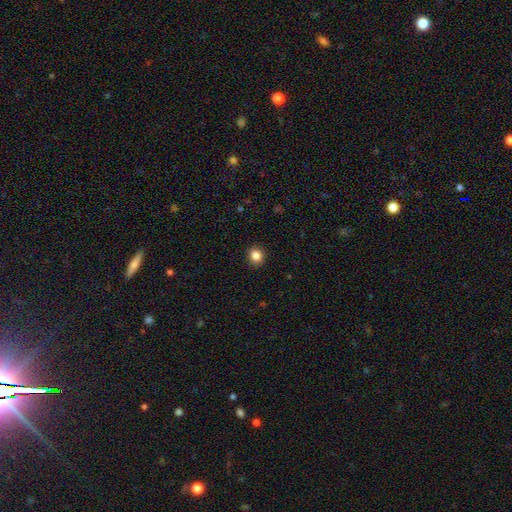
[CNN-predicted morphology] smooth-or-featured: smooth: 85% | star or artifact: 10% | featured or disk: 5%
  how-rounded: round: 74% | in between: 25% | cigar-shaped: 1%
  merging: none: 91% | minor disturbance: 6% | major disturbance: 2% | merger: 1%